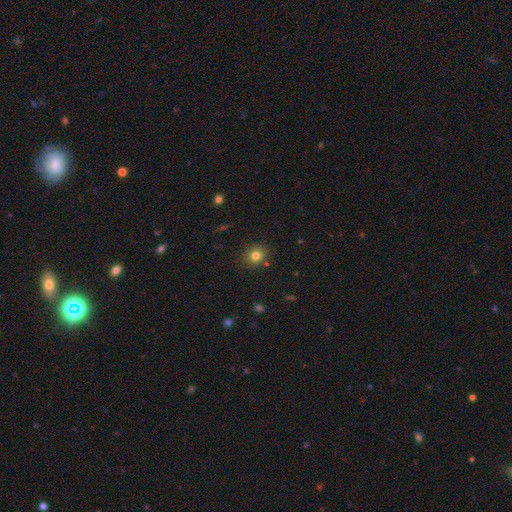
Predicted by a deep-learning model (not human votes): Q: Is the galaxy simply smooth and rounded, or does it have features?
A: smooth — 78%.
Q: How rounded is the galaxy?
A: round — 77%.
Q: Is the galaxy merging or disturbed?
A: none — 85%.